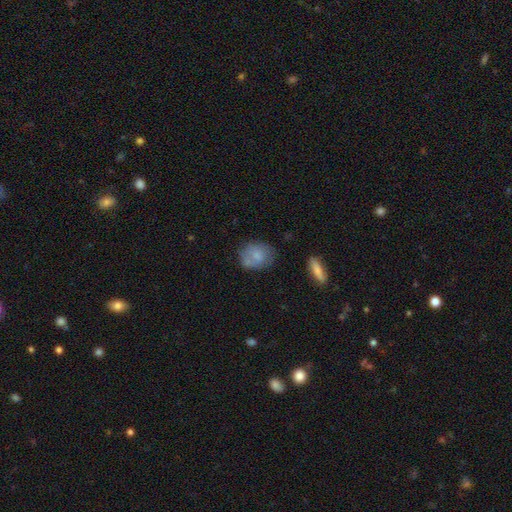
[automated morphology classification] The model was most divided on "how rounded": round: 56%, in between: 43%, cigar-shaped: 1%. More confident: smooth or featured — smooth (73%); merging — none (61%).